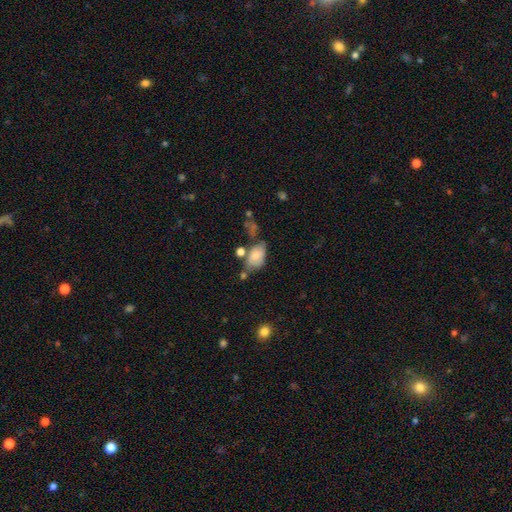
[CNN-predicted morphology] This is likely a smooth galaxy (72%). How rounded: clearly in between (88%). Merging: marginally none (39%).